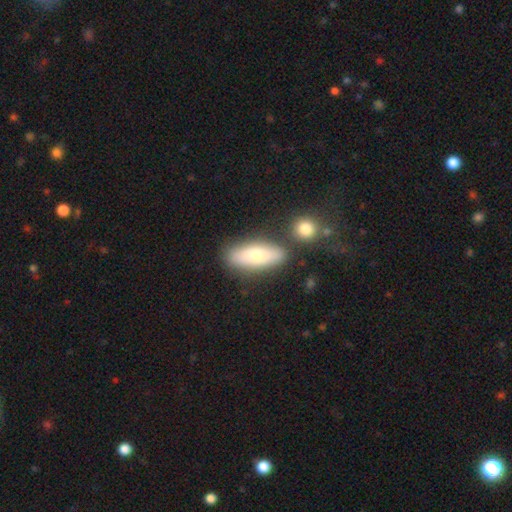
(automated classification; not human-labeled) Smooth or featured?
  - smooth: 68% *
  - featured or disk: 26%
  - star or artifact: 7%
How rounded?
  - in between: 63% *
  - cigar-shaped: 34%
  - round: 3%
Merging?
  - none: 75% *
  - minor disturbance: 12%
  - merger: 10%
  - major disturbance: 3%